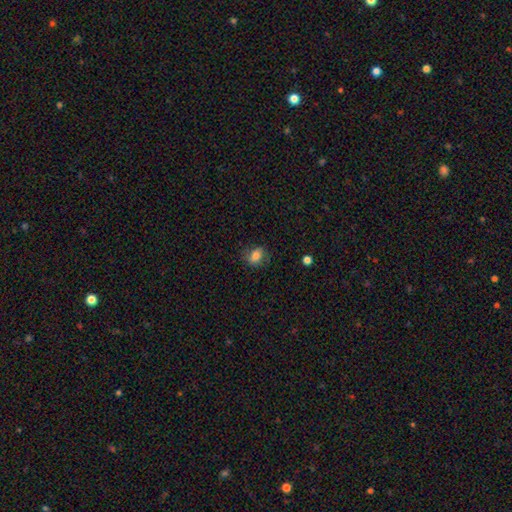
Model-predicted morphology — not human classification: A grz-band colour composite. It shows a smooth galaxy with no disk features (79%) that is in between round and cigar-shaped (64%). Merging: none (72%).